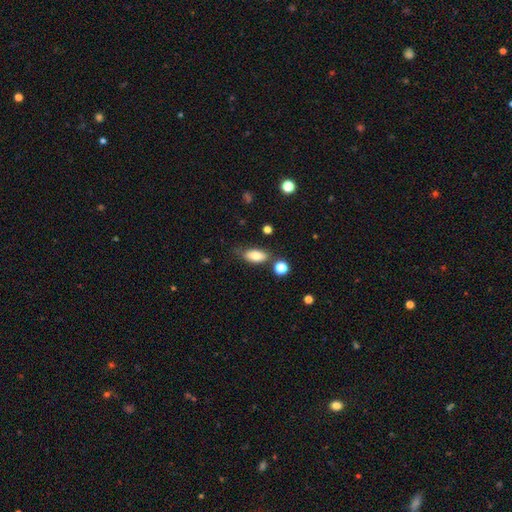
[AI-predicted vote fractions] A smooth galaxy with no disk features (78%) that is in between round and cigar-shaped (87%).

Vote fractions:
- Smooth or featured? smooth: 78% / featured or disk: 14% / star or artifact: 8%
- How rounded? in between: 87% / cigar-shaped: 8% / round: 5%
- Merging? none: 69% / minor disturbance: 19% / merger: 7% / major disturbance: 5%